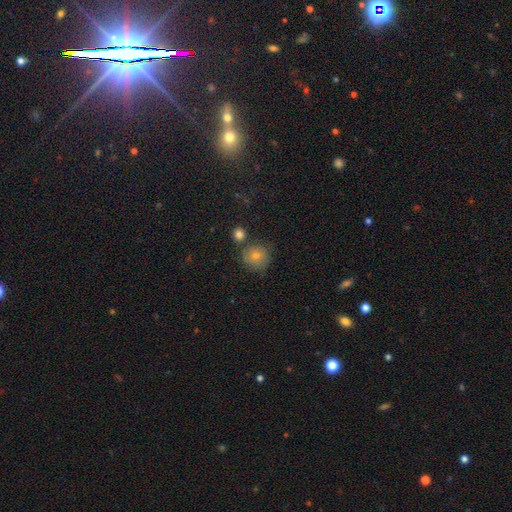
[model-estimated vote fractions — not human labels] Smooth or featured?
  - smooth: 66% *
  - star or artifact: 20%
  - featured or disk: 14%
How rounded?
  - round: 90% *
  - in between: 9%
  - cigar-shaped: 1%
Merging?
  - none: 75% *
  - minor disturbance: 13%
  - merger: 8%
  - major disturbance: 4%